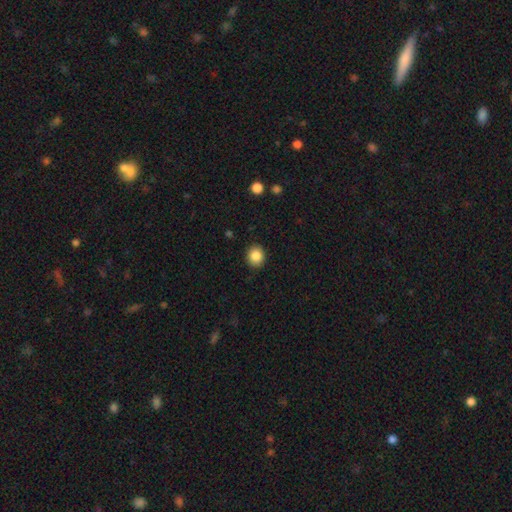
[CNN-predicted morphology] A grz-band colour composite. It shows a smooth galaxy with no disk features (86%) that is round (77%). Merging: none (90%).